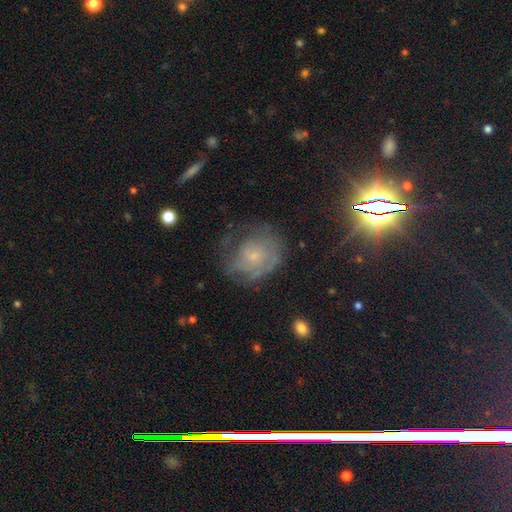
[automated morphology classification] Q: Smooth or featured?
A: featured or disk (54%); runner-up: smooth (32%)
Q: Edge-on disk?
A: no (97%); runner-up: yes (3%)
Q: Bar?
A: no (84%); runner-up: weak (14%)
Q: Spiral arms?
A: yes (66%); runner-up: no (34%)
Q: Bulge size?
A: small (72%); runner-up: moderate (17%)
Q: Merging?
A: none (54%); runner-up: minor disturbance (24%)